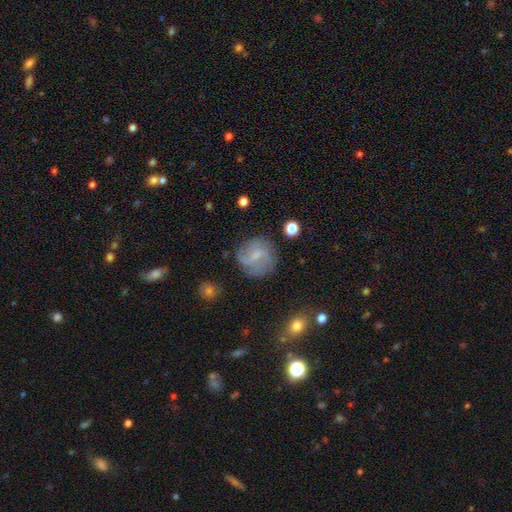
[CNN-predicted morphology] Smooth or featured? featured or disk (58%)
Edge-on disk? no (97%)
Bar? weak (52%)
Spiral arms? yes (83%)
Bulge size? small (68%)
Merging? none (71%)